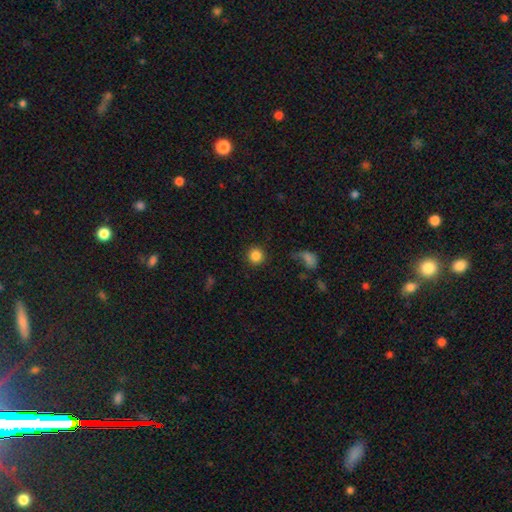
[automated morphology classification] Overall: smooth (85%). How rounded: round (94%). Merging: none (89%).